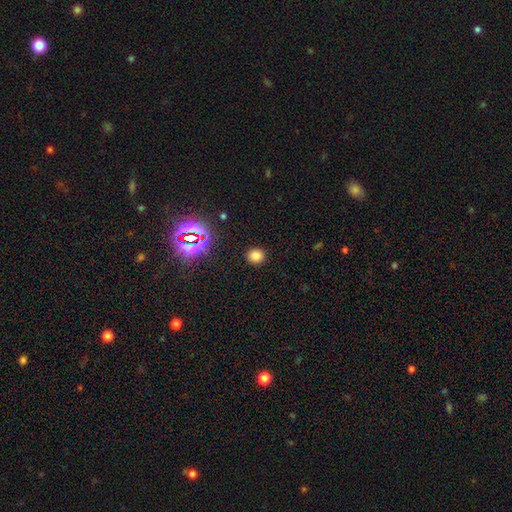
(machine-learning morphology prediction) Smooth or featured?
  - smooth: 76% *
  - star or artifact: 19%
  - featured or disk: 5%
How rounded?
  - round: 88% *
  - in between: 11%
  - cigar-shaped: 1%
Merging?
  - none: 91% *
  - minor disturbance: 6%
  - major disturbance: 2%
  - merger: 1%